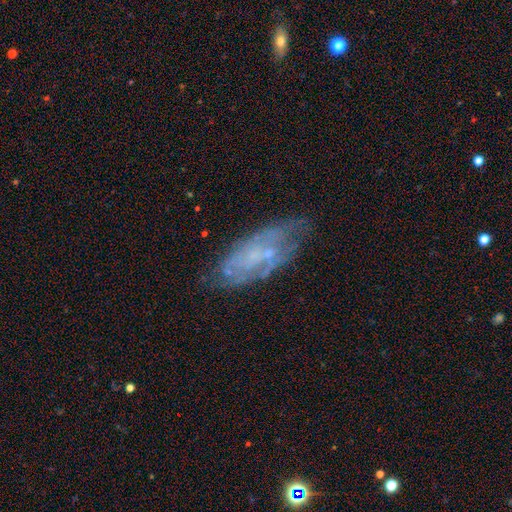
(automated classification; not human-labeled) Smooth or featured: featured or disk — 64% (smooth — 27%)
Edge-on disk: no — 89% (yes — 11%)
Bar: no — 72% (weak — 23%)
Spiral arms: yes — 57% (no — 43%)
Bulge size: small — 53% (none — 32%)
Merging: none — 64% (minor disturbance — 22%)